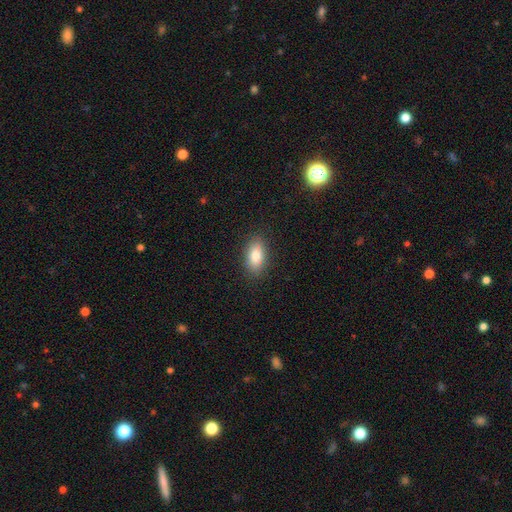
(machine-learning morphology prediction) Smooth or featured?
  - smooth: 82% *
  - featured or disk: 10%
  - star or artifact: 8%
How rounded?
  - in between: 88% *
  - cigar-shaped: 6%
  - round: 6%
Merging?
  - none: 86% *
  - minor disturbance: 10%
  - major disturbance: 3%
  - merger: 1%